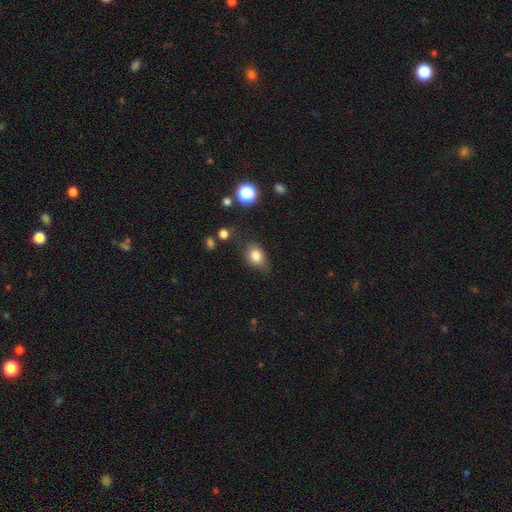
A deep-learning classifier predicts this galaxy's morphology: Smooth or featured?
  - smooth: 82% *
  - star or artifact: 10%
  - featured or disk: 8%
How rounded?
  - in between: 70% *
  - round: 29%
  - cigar-shaped: 1%
Merging?
  - none: 67% *
  - minor disturbance: 24%
  - major disturbance: 7%
  - merger: 3%